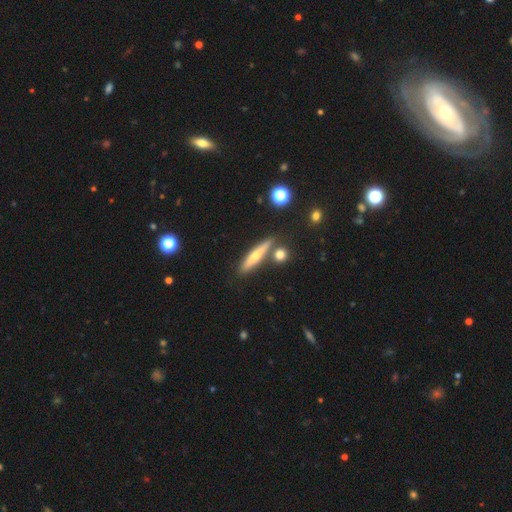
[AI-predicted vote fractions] Smooth or featured: smooth — 51% (featured or disk — 41%)
How rounded: cigar-shaped — 84% (in between — 12%)
Merging: none — 78% (merger — 10%)